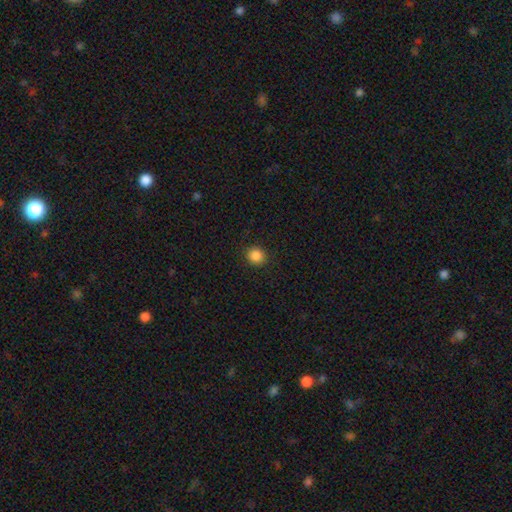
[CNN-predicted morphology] Smooth or featured?
  - smooth: 87% *
  - star or artifact: 10%
  - featured or disk: 3%
How rounded?
  - round: 88% *
  - in between: 11%
  - cigar-shaped: 1%
Merging?
  - none: 91% *
  - minor disturbance: 6%
  - major disturbance: 2%
  - merger: 1%